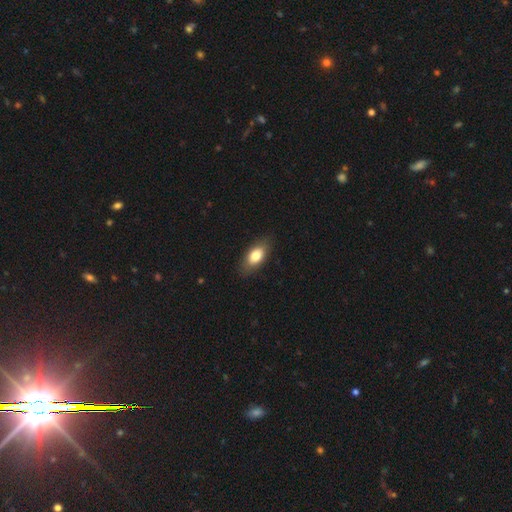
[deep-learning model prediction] Smooth or featured?
  - smooth: 78% *
  - featured or disk: 15%
  - star or artifact: 7%
How rounded?
  - in between: 87% *
  - cigar-shaped: 8%
  - round: 5%
Merging?
  - none: 83% *
  - minor disturbance: 13%
  - major disturbance: 3%
  - merger: 1%